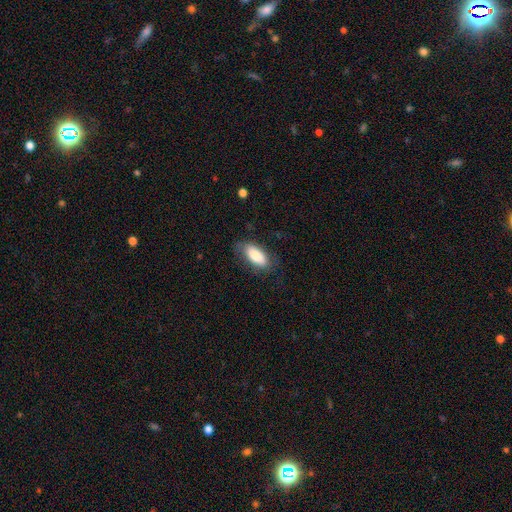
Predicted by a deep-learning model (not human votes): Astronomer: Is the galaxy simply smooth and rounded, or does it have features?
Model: smooth — 81%.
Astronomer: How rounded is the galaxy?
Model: in between — 84%.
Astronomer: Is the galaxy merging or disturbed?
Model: none — 74%.